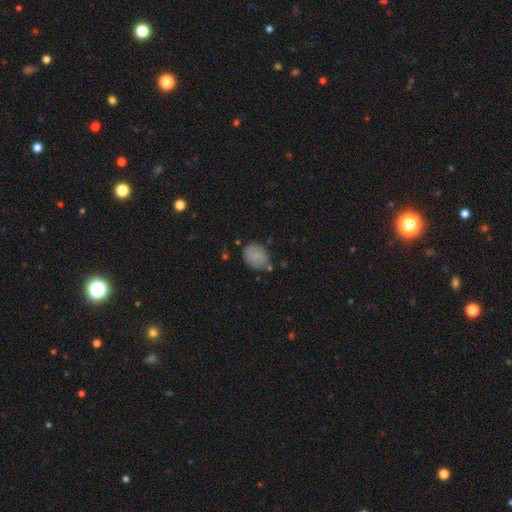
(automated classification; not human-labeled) A smooth galaxy with no disk features (80%) that is in between round and cigar-shaped (69%).

Vote fractions:
- Smooth or featured? smooth: 80% / featured or disk: 12% / star or artifact: 8%
- How rounded? in between: 69% / round: 30% / cigar-shaped: 1%
- Merging? none: 64% / minor disturbance: 24% / merger: 6% / major disturbance: 6%